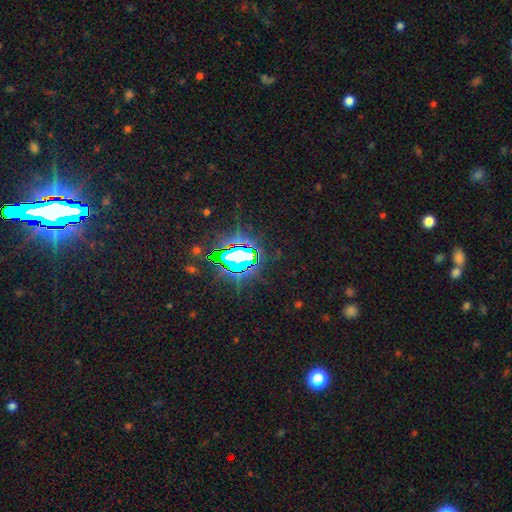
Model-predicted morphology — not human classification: smooth-or-featured: star or artifact: 79% | smooth: 11% | featured or disk: 9%